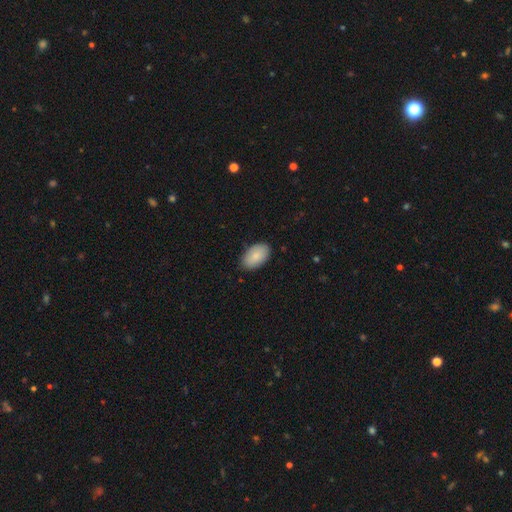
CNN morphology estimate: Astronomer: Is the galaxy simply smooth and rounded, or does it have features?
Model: smooth — 87%.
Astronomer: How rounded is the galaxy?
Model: in between — 94%.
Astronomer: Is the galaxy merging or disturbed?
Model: none — 85%.